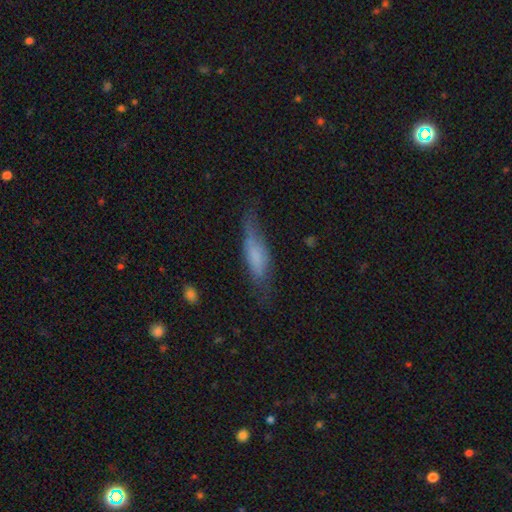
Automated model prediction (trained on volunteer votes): smooth 59%, featured or disk 33%, star or artifact 8%. Down the decision tree: how rounded — cigar-shaped (61%); merging — none (55%).